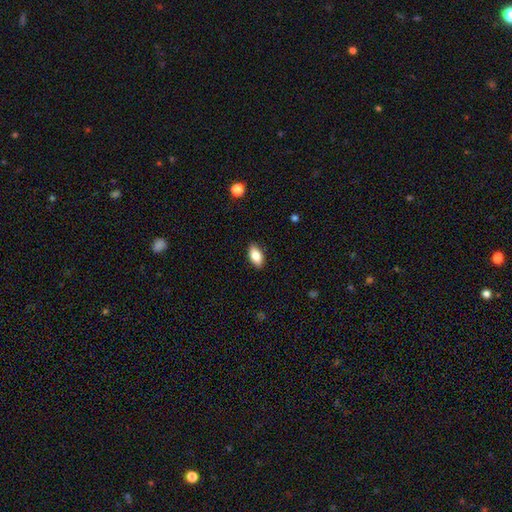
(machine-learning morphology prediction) This is clearly a smooth galaxy (83%). How rounded: clearly in between (91%). Merging: clearly none (87%).